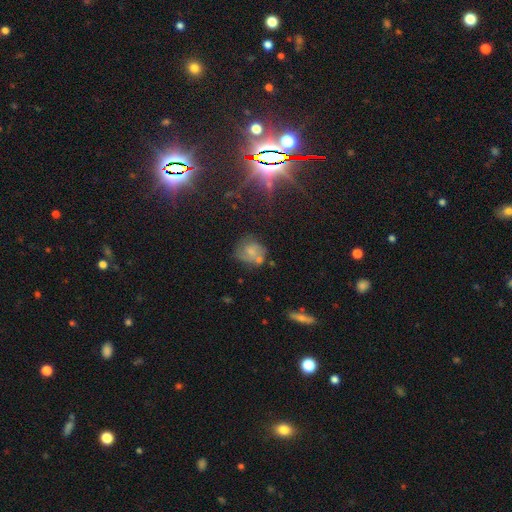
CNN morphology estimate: This is possibly a smooth galaxy (51%). How rounded: likely round (71%). Merging: possibly none (52%).